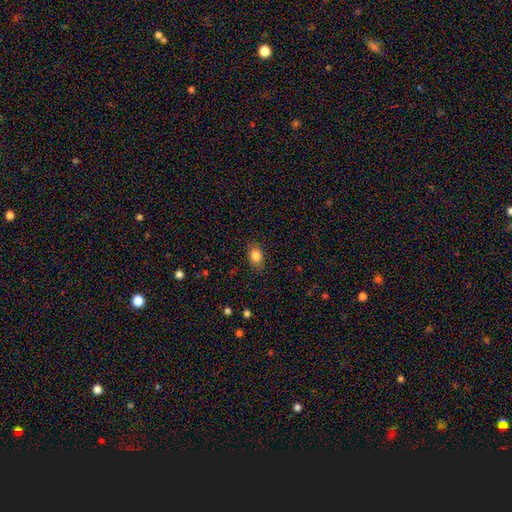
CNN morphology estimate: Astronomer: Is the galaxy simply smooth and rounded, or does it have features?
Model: smooth — 84%.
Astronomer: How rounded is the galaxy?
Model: in between — 71%.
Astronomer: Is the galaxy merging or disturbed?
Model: none — 84%.